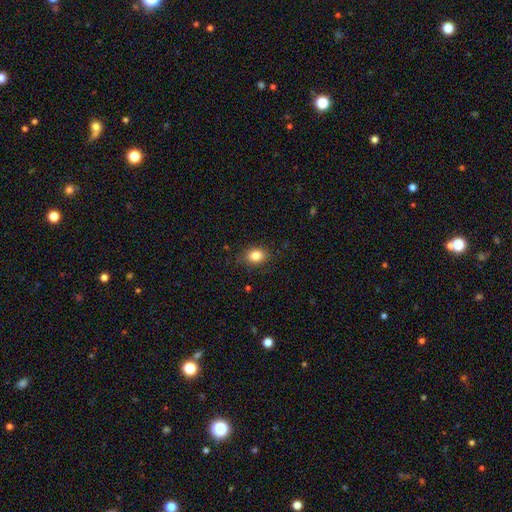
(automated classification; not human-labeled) smooth-or-featured: smooth: 84% | star or artifact: 10% | featured or disk: 7%
  how-rounded: in between: 59% | round: 40% | cigar-shaped: 1%
  merging: none: 83% | minor disturbance: 13% | major disturbance: 3% | merger: 1%